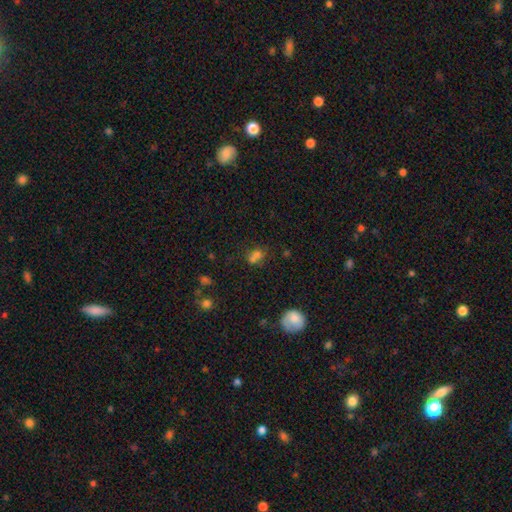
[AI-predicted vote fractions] Smooth or featured?
  - smooth: 67% *
  - star or artifact: 21%
  - featured or disk: 12%
How rounded?
  - in between: 49% *
  - round: 48%
  - cigar-shaped: 3%
Merging?
  - merger: 41% *
  - none: 40%
  - minor disturbance: 12%
  - major disturbance: 7%